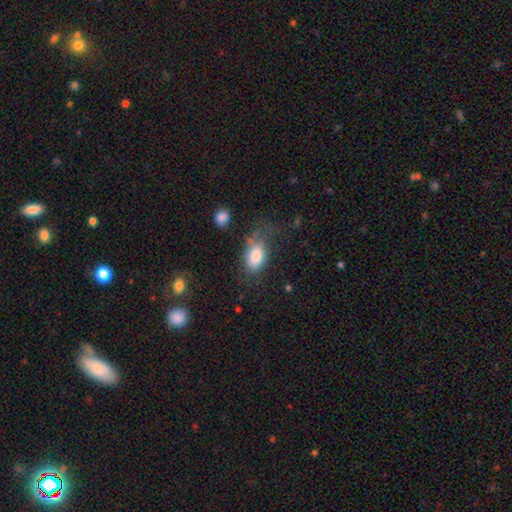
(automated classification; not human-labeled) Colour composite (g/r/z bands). It shows a smooth galaxy with no disk features (81%) that is in between round and cigar-shaped (89%). Merging: none (43%).